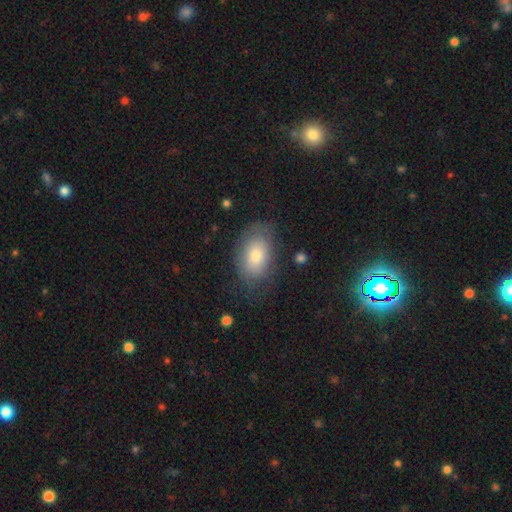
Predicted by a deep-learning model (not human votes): A smooth galaxy with no disk features (72%) that is in between round and cigar-shaped (88%). Merging: none (68%).